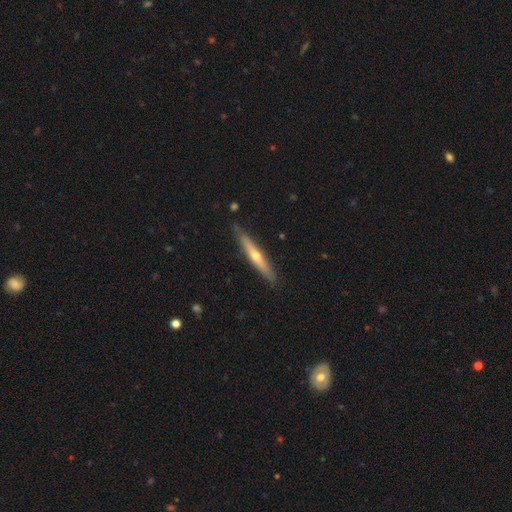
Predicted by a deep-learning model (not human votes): featured or disk 63%, smooth 31%, star or artifact 6%. Down the decision tree: edge-on disk — yes (95%); edge-on bulge — rounded (84%); merging — none (89%).